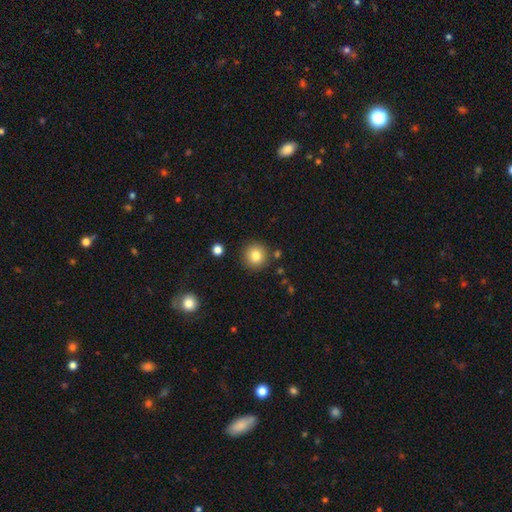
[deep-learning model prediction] The model was most divided on "smooth or featured": smooth: 81%, star or artifact: 10%, featured or disk: 8%. More confident: how rounded — round (94%); merging — none (87%).